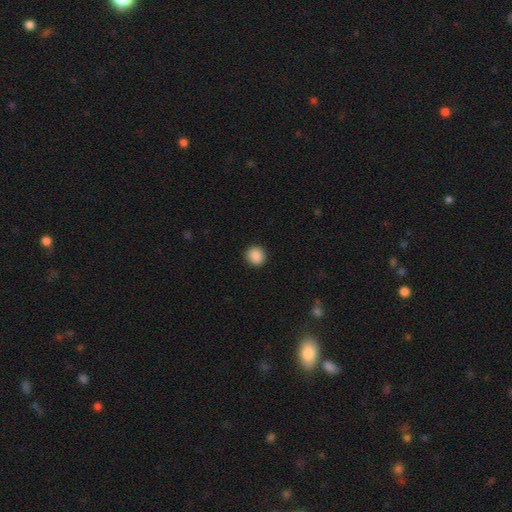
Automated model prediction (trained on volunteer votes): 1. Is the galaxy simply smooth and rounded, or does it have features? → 89% smooth, 8% star or artifact, 3% featured or disk.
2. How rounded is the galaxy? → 84% round, 15% in between, 1% cigar-shaped.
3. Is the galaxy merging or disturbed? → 91% none, 6% minor disturbance, 2% major disturbance, 1% merger.